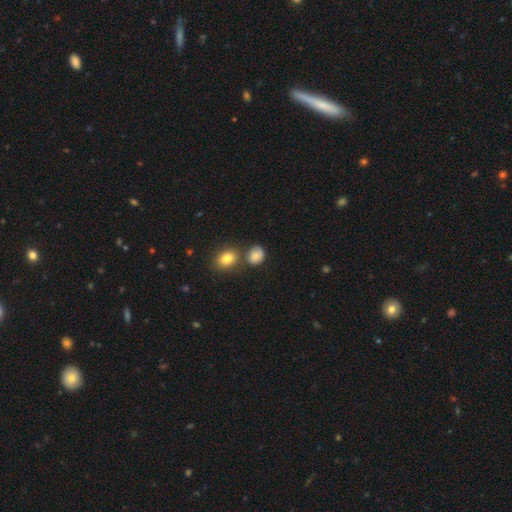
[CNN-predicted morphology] This appears to be a smooth galaxy with no disk features (84%) that is round (53%). Merging: none (60%).